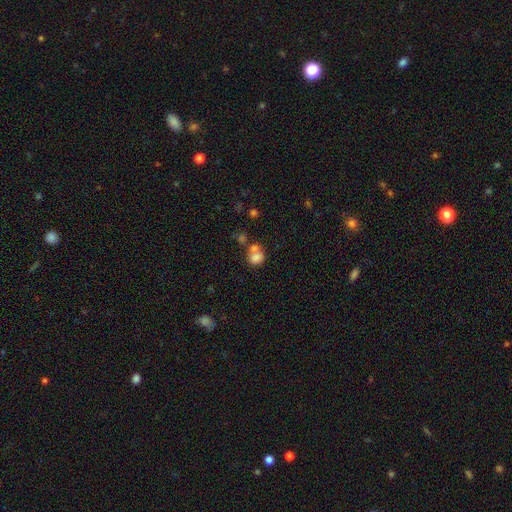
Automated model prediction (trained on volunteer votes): A smooth galaxy with no disk features (75%) that is in between round and cigar-shaped (50%). Merging: merger (53%).